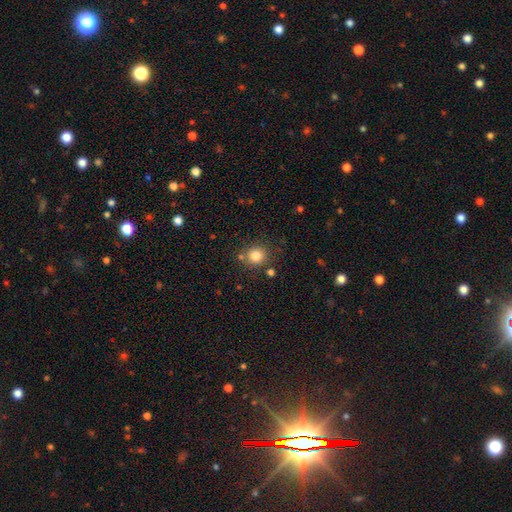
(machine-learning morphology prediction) Smooth or featured: smooth — 80% (star or artifact — 13%)
How rounded: round — 88% (in between — 11%)
Merging: none — 79% (minor disturbance — 10%)